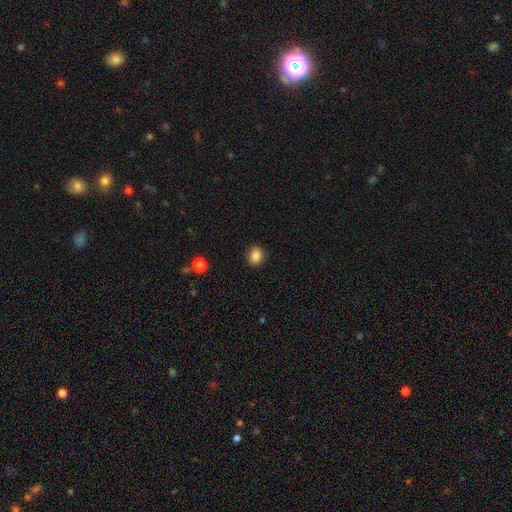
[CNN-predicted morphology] Smooth or featured? Predicted: smooth (p=0.87). How rounded? Predicted: round (p=0.54). Merging? Predicted: none (p=0.89).